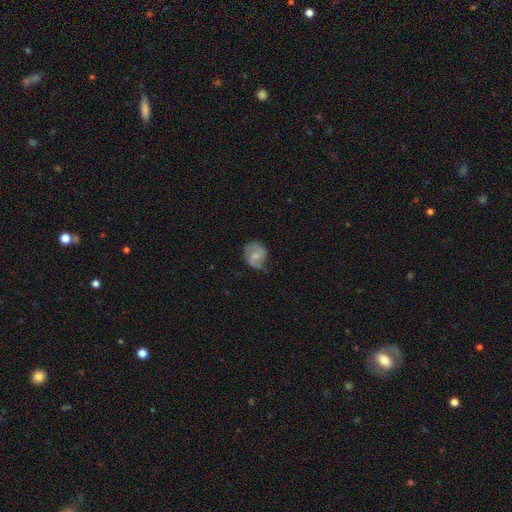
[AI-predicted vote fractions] This is possibly a featured or disk galaxy (51%). It is clearly not viewed edge-on (97%). Merging: possibly none (48%).